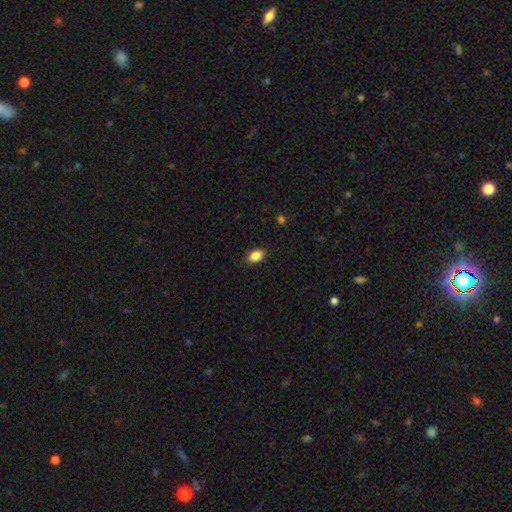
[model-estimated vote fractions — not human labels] Q: Smooth or featured?
A: smooth (88%); runner-up: star or artifact (8%)
Q: How rounded?
A: in between (86%); runner-up: round (13%)
Q: Merging?
A: none (87%); runner-up: minor disturbance (10%)